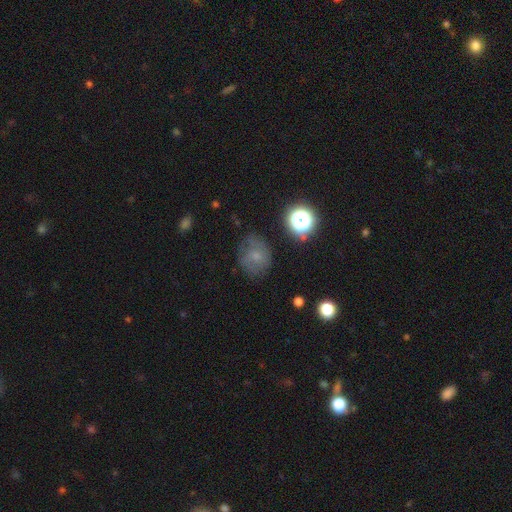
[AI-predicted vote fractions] Morphology: type=smooth (59%); roundness=round (67%); merging=none (56%).